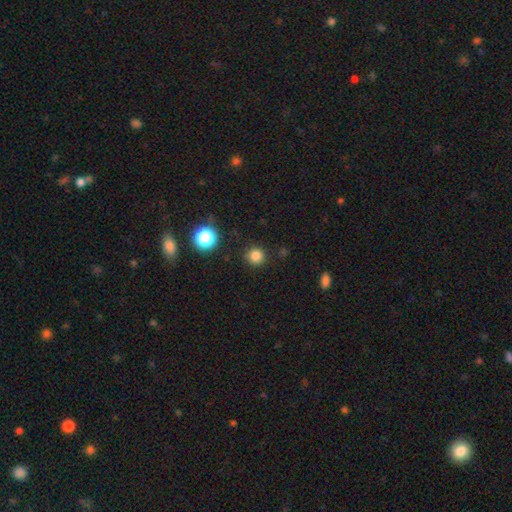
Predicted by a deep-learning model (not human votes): A smooth galaxy with no disk features (81%) that is round (95%). Merging: none (90%).